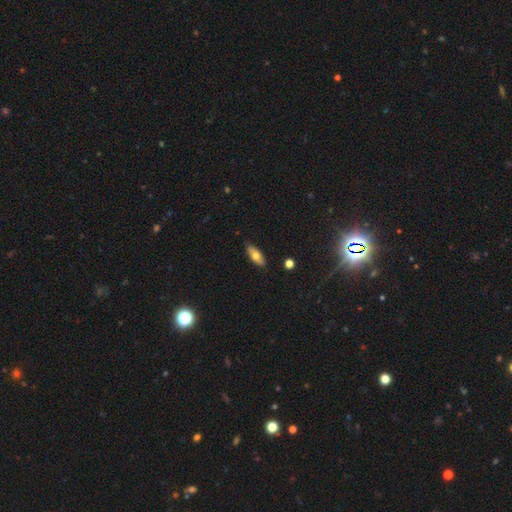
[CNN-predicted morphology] This is likely a smooth galaxy (63%). How rounded: likely in between (74%). Merging: clearly none (85%).